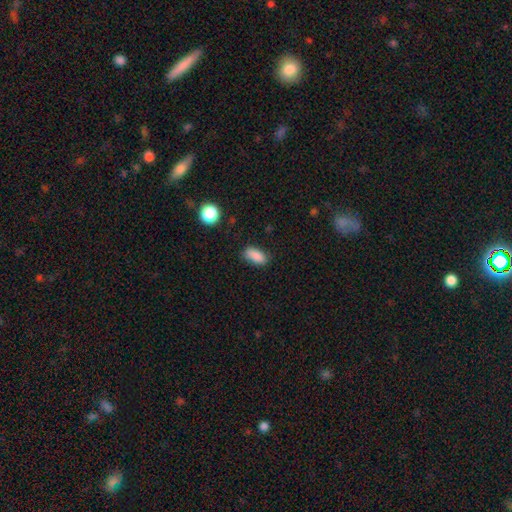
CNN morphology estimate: A smooth galaxy with no disk features (87%) that is in between round and cigar-shaped (86%).

Vote fractions:
- Smooth or featured? smooth: 87% / star or artifact: 9% / featured or disk: 4%
- How rounded? in between: 86% / cigar-shaped: 9% / round: 4%
- Merging? none: 79% / minor disturbance: 16% / major disturbance: 4% / merger: 2%